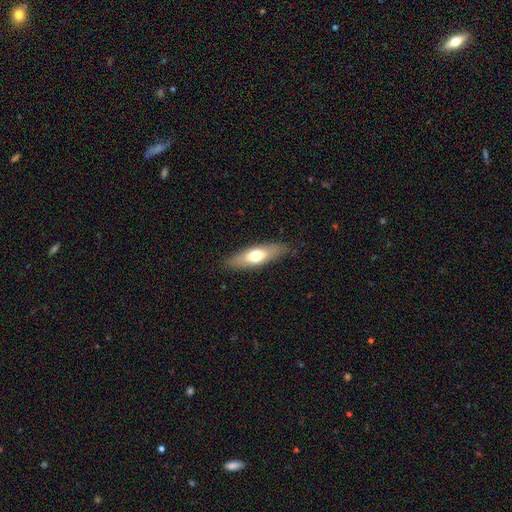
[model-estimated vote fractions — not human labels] This appears to be a smooth galaxy with no disk features (58%) that is in between round and cigar-shaped (51%). Merging: none (85%).